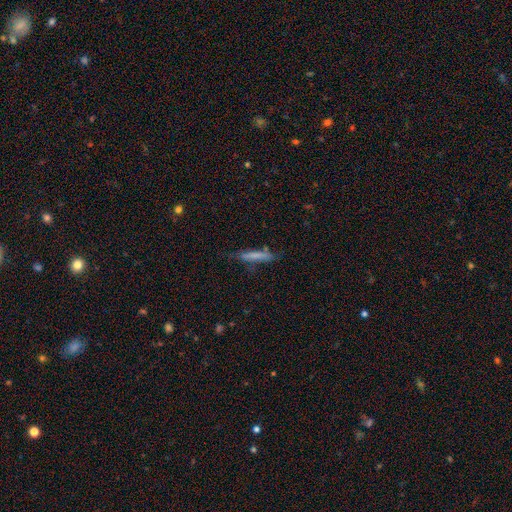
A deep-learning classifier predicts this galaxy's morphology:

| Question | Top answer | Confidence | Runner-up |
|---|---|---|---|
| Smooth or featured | smooth | 67% | featured or disk (25%) |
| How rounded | cigar-shaped | 91% | in between (7%) |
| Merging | none | 69% | minor disturbance (22%) |